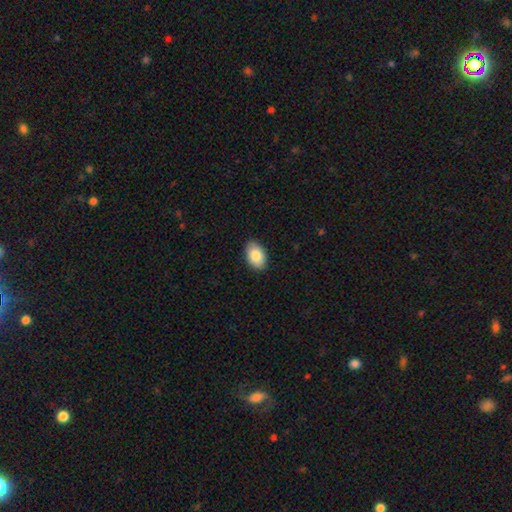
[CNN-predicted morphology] This is clearly a smooth galaxy (86%). How rounded: clearly in between (91%). Merging: clearly none (89%).